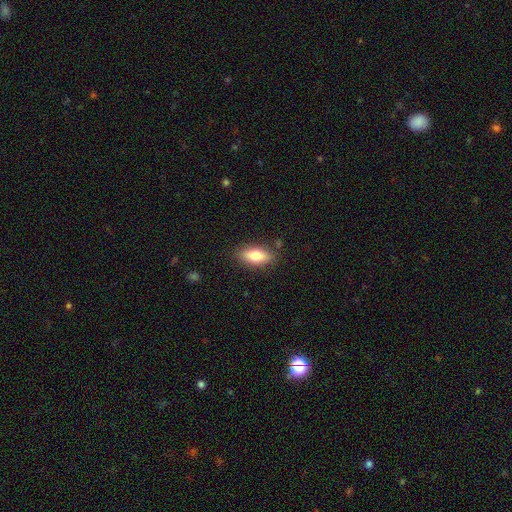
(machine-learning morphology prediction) Overall: smooth (75%). How rounded: in between (78%). Merging: none (84%).